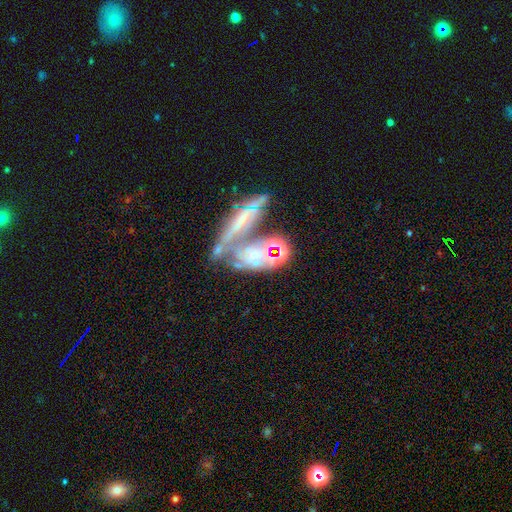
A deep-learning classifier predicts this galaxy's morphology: type=featured or disk (53%); edge-on=no (84%); merging=merger (47%).